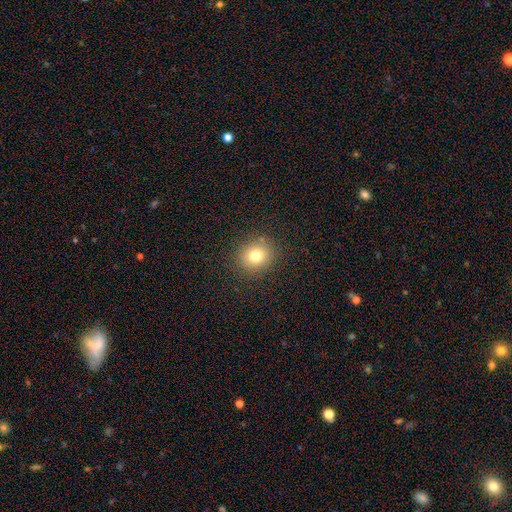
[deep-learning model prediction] This is likely a smooth galaxy (77%). How rounded: likely round (80%). Merging: clearly none (87%).